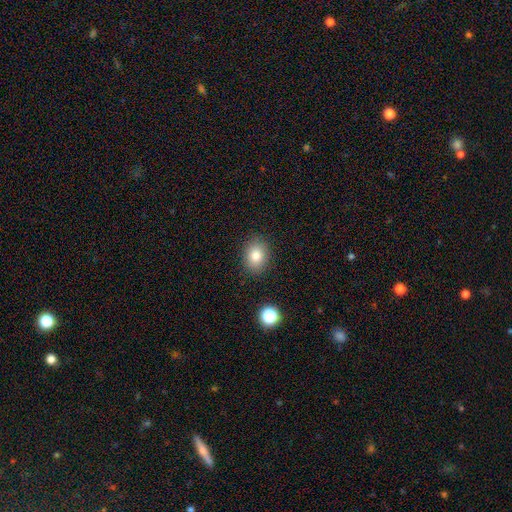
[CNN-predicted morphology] This is clearly a smooth galaxy (81%). How rounded: possibly in between (57%). Merging: clearly none (87%).